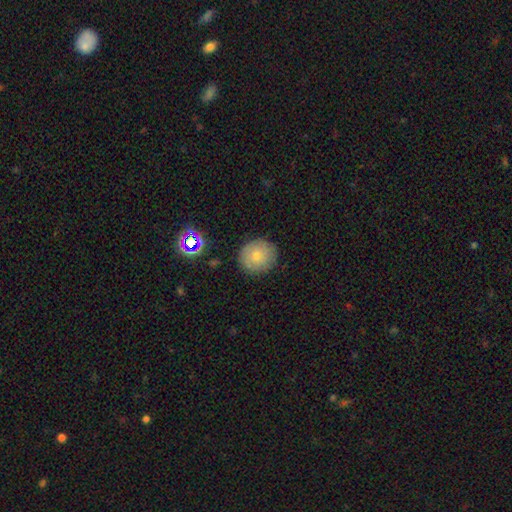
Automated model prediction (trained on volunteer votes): This appears to be a smooth galaxy with no disk features (64%) that is round (89%). Merging: none (86%).